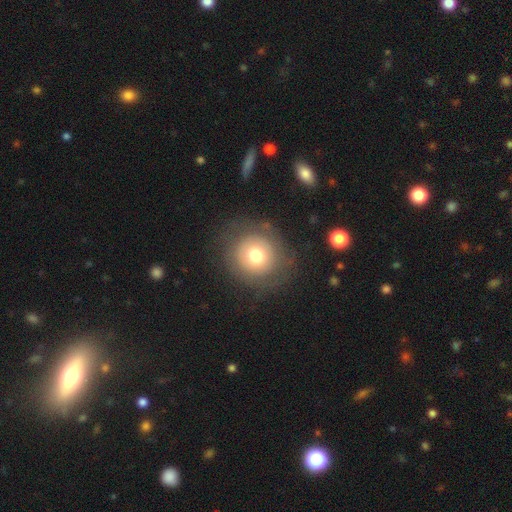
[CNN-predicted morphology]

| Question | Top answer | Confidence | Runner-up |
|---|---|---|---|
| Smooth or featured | smooth | 65% | featured or disk (24%) |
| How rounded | round | 93% | in between (6%) |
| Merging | none | 80% | minor disturbance (11%) |